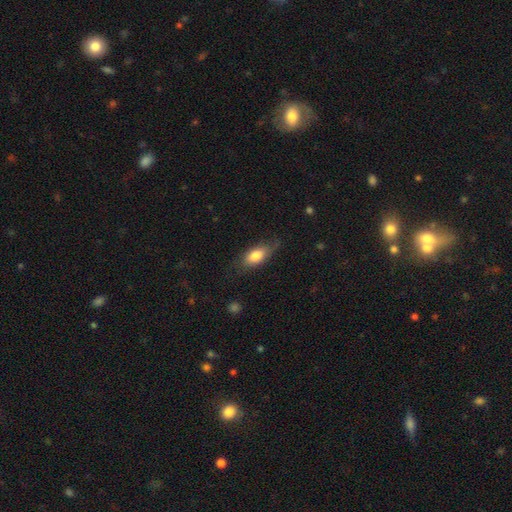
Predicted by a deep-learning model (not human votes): The model was most divided on "merging": none: 66%, minor disturbance: 25%, major disturbance: 8%, merger: 1%. More confident: how rounded — in between (84%); smooth or featured — smooth (76%).